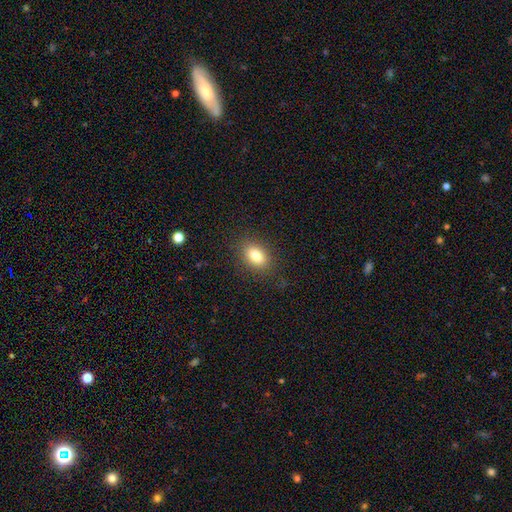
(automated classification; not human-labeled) A smooth galaxy with no disk features (81%) that is in between round and cigar-shaped (76%). Merging: none (85%).